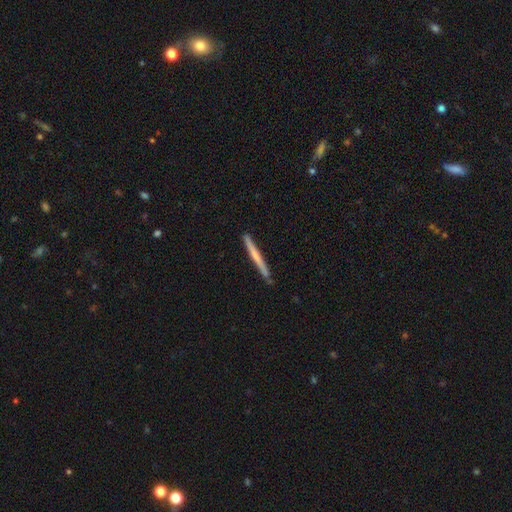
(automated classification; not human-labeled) The model was most divided on "smooth or featured": smooth: 52%, featured or disk: 43%, star or artifact: 5%. More confident: how rounded — cigar-shaped (97%); merging — none (87%).